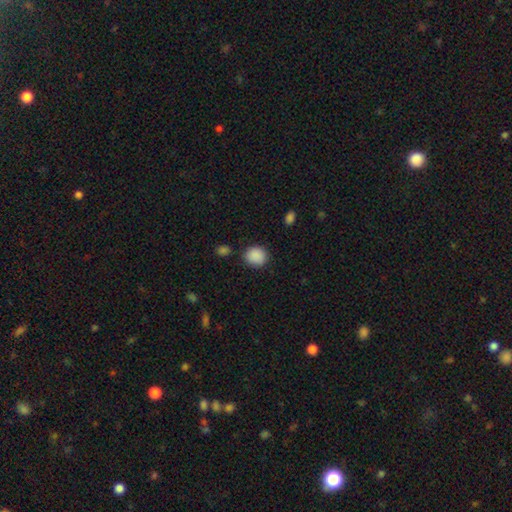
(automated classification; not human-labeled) smooth-or-featured: smooth: 89% | star or artifact: 8% | featured or disk: 3%
  how-rounded: round: 76% | in between: 23% | cigar-shaped: 1%
  merging: none: 82% | minor disturbance: 12% | major disturbance: 3% | merger: 3%